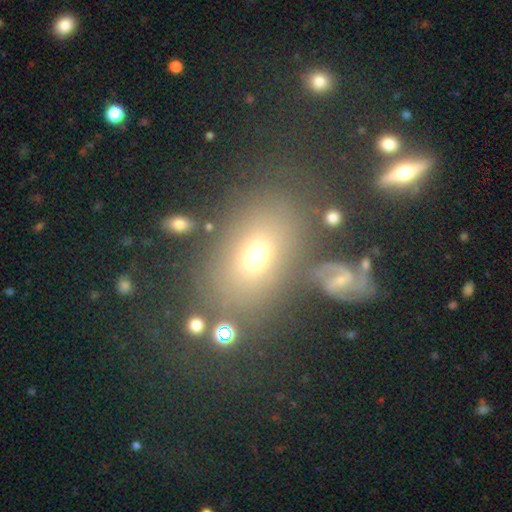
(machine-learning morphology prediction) Overall: smooth (61%). How rounded: in between (75%). Merging: none (74%).